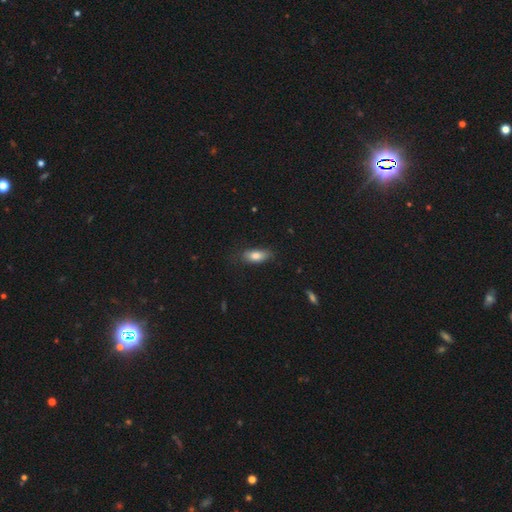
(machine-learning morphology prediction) This appears to be a smooth galaxy with no disk features (80%) that is in between round and cigar-shaped (82%). Merging: none (72%).